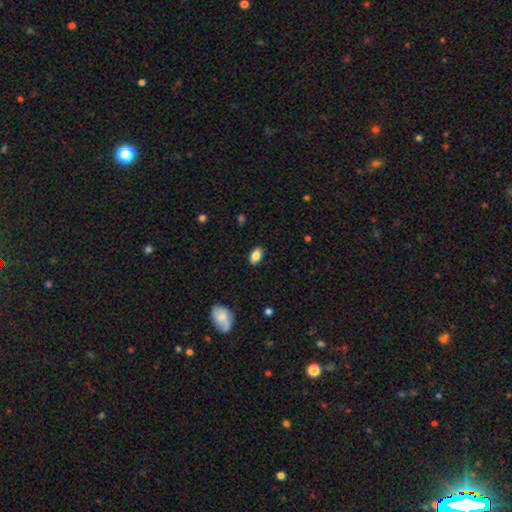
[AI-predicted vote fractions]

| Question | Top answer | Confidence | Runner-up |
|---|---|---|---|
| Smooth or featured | smooth | 85% | star or artifact (8%) |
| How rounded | in between | 91% | round (6%) |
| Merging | none | 88% | minor disturbance (9%) |